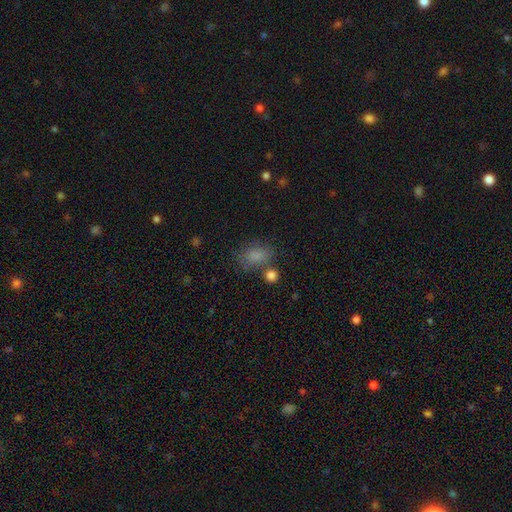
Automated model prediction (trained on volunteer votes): Smooth or featured: smooth — 79% (star or artifact — 13%)
How rounded: in between — 71% (round — 27%)
Merging: none — 60% (minor disturbance — 19%)